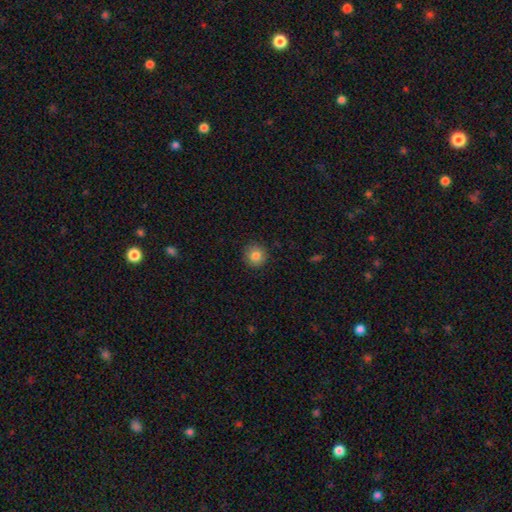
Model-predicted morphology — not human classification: smooth-or-featured: smooth: 83% | star or artifact: 10% | featured or disk: 7%
  how-rounded: round: 95% | in between: 4% | cigar-shaped: 1%
  merging: none: 91% | minor disturbance: 6% | major disturbance: 2% | merger: 1%